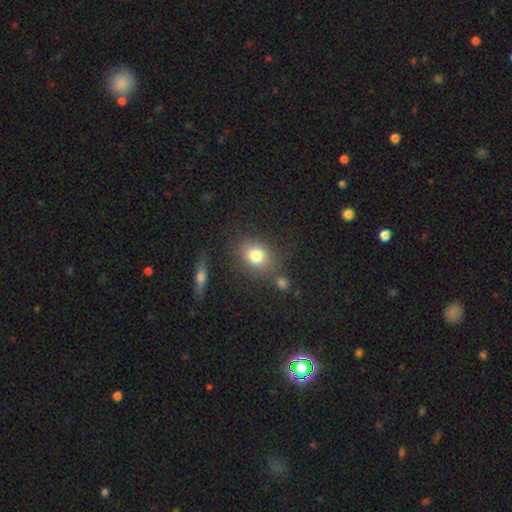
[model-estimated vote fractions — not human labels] This is likely a smooth galaxy (80%). How rounded: possibly round (52%). Merging: likely none (74%).